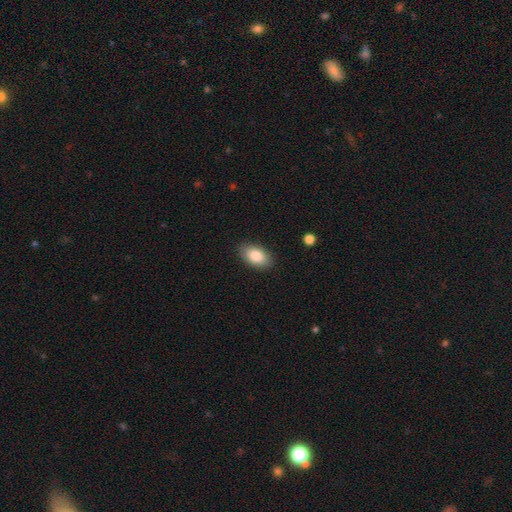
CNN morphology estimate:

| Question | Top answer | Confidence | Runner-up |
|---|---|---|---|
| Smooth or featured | smooth | 86% | featured or disk (8%) |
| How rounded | in between | 93% | round (5%) |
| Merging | none | 87% | minor disturbance (10%) |